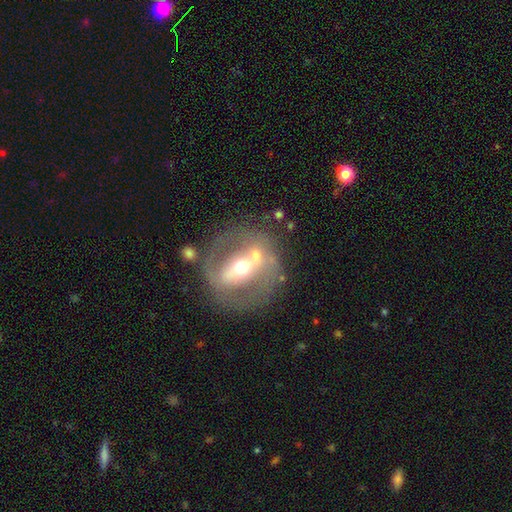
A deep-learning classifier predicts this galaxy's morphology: Smooth or featured?
  - featured or disk: 70% *
  - smooth: 22%
  - star or artifact: 8%
Edge-on disk?
  - no: 89% *
  - yes: 11%
Bar?
  - strong: 55% *
  - weak: 23%
  - no: 22%
Spiral arms?
  - no: 72% *
  - yes: 28%
Bulge size?
  - moderate: 71% *
  - small: 17%
  - large: 9%
  - dominant: 1%
  - none: 1%
Merging?
  - none: 65% *
  - minor disturbance: 14%
  - major disturbance: 11%
  - merger: 10%